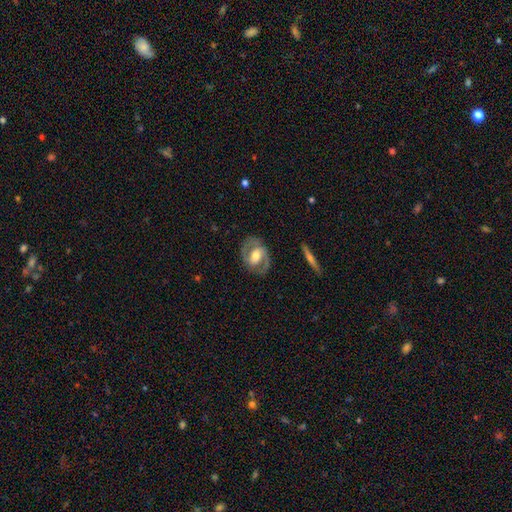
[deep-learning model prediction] The model was most divided on "bar": weak: 39%, strong: 31%, no: 30%. More confident: edge-on disk — no (94%); merging — none (79%); spiral arms — yes (75%); smooth or featured — featured or disk (70%); bulge size — moderate (65%).